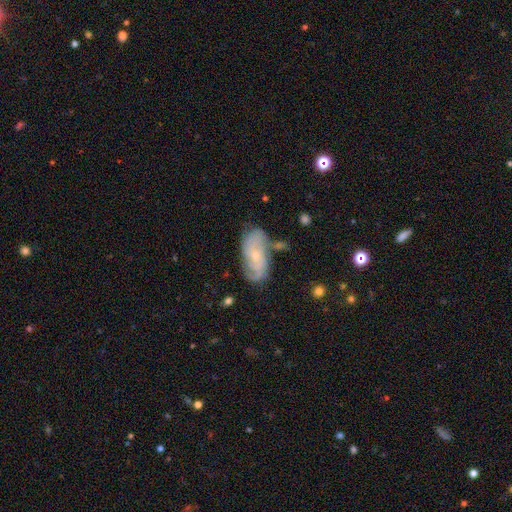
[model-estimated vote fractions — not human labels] Morphology: type=featured or disk (67%); edge-on=no (93%); bar=no (71%); spiral arms=yes (85%); winding=tight (42%); arm count=2 (47%); bulge=small (74%); merging=none (62%).